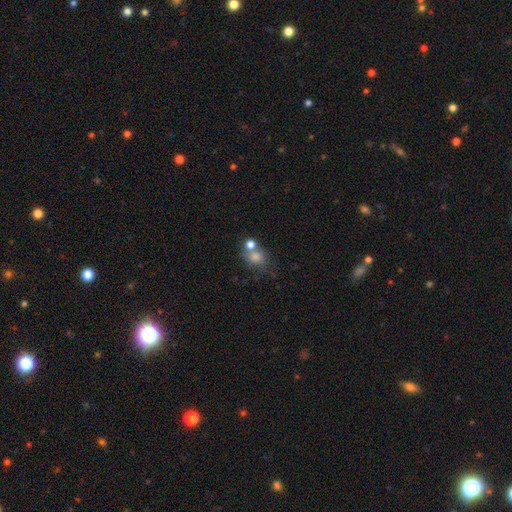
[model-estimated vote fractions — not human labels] This is likely a smooth galaxy (71%). How rounded: possibly round (58%). Merging: marginally none (42%).